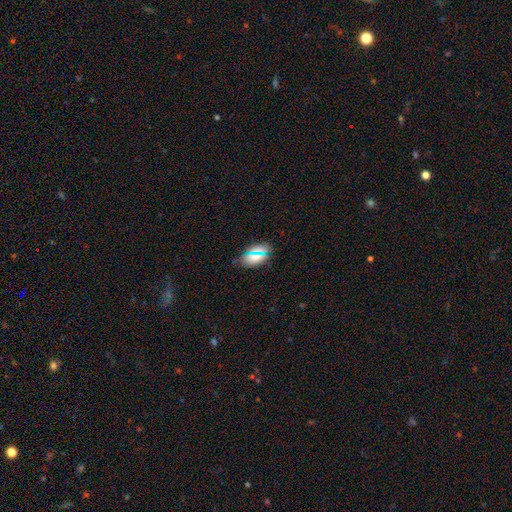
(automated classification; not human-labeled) This is likely a smooth galaxy (74%). How rounded: clearly in between (89%). Merging: clearly none (80%).